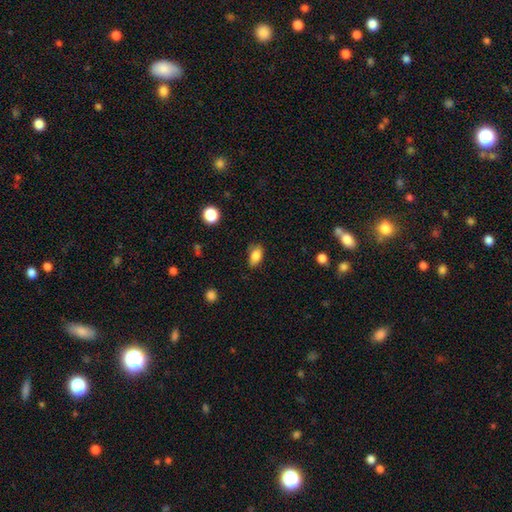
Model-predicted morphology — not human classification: The model was most divided on "merging": none: 74%, minor disturbance: 20%, major disturbance: 4%, merger: 1%. More confident: how rounded — in between (87%); smooth or featured — smooth (84%).